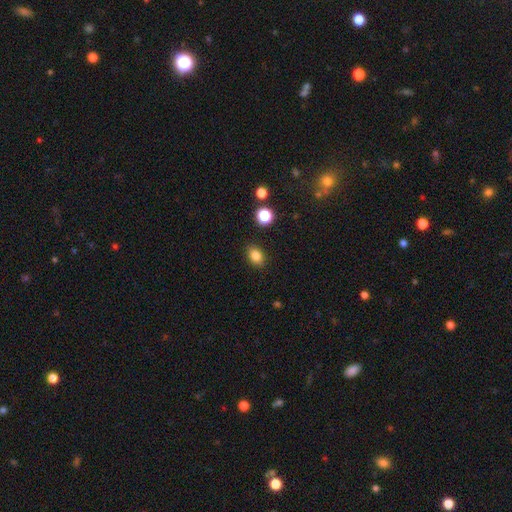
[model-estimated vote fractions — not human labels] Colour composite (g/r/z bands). It shows a smooth galaxy with no disk features (83%) that is in between round and cigar-shaped (70%). Merging: none (87%).